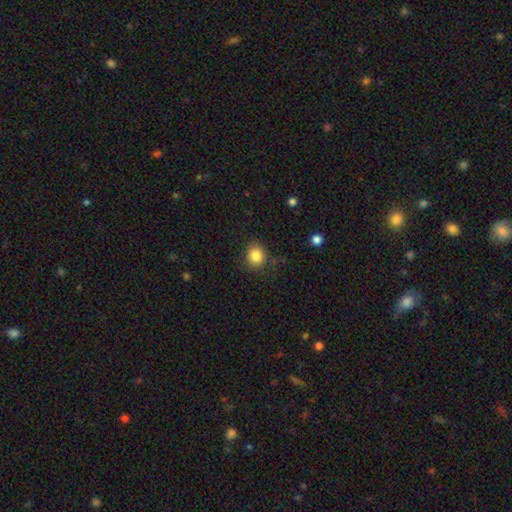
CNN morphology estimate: Smooth or featured? smooth (85%)
How rounded? round (78%)
Merging? none (81%)